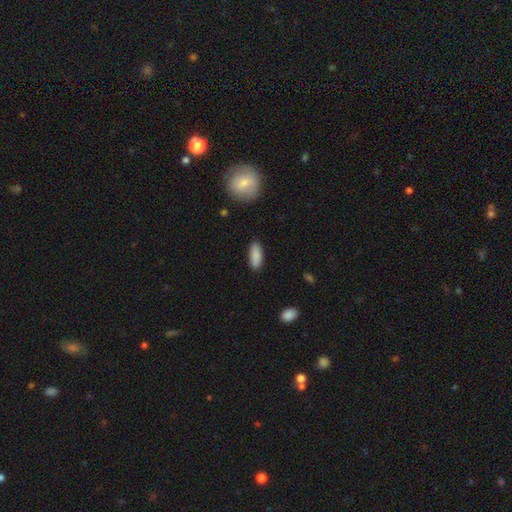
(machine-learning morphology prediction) The model was most divided on "how rounded": in between: 74%, cigar-shaped: 24%, round: 2%. More confident: smooth or featured — smooth (88%); merging — none (87%).